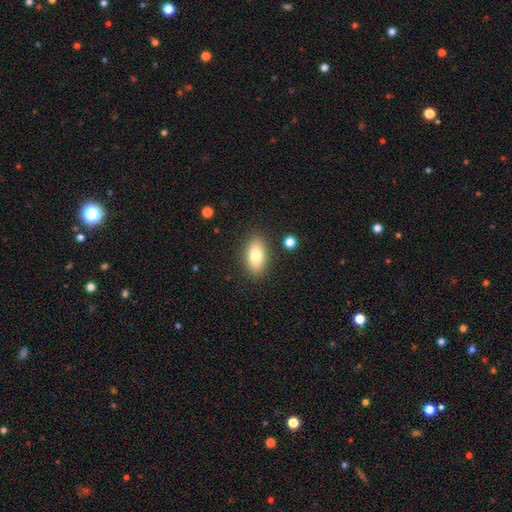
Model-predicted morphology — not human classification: This appears to be a smooth galaxy with no disk features (78%) that is in between round and cigar-shaped (89%). Merging: none (86%).